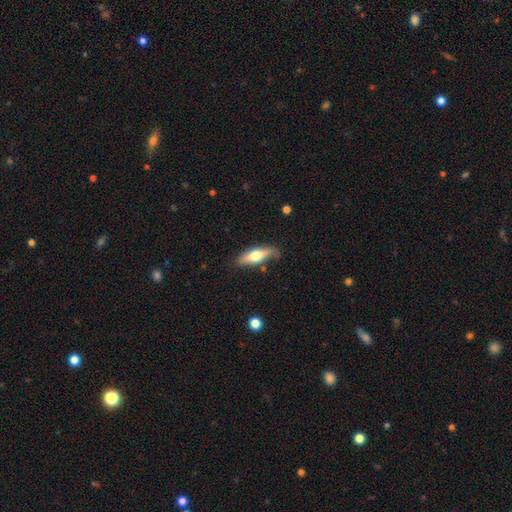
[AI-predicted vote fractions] Smooth or featured?
  - smooth: 57% *
  - featured or disk: 37%
  - star or artifact: 6%
How rounded?
  - in between: 54% *
  - cigar-shaped: 44%
  - round: 3%
Merging?
  - none: 70% *
  - minor disturbance: 22%
  - major disturbance: 5%
  - merger: 3%